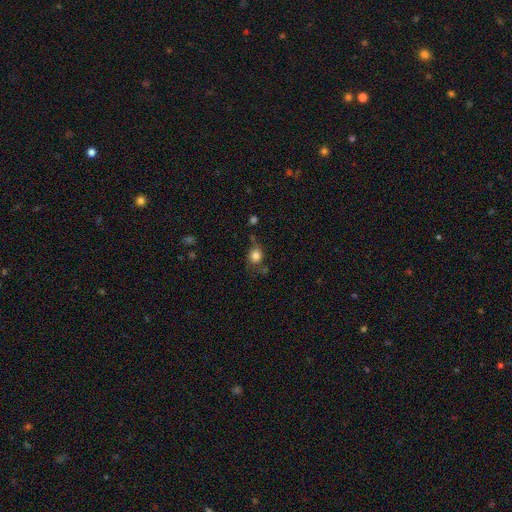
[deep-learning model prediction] A smooth galaxy with no disk features (81%) that is round (79%).

Vote fractions:
- Smooth or featured? smooth: 81% / star or artifact: 11% / featured or disk: 8%
- How rounded? round: 79% / in between: 20% / cigar-shaped: 1%
- Merging? none: 62% / minor disturbance: 23% / major disturbance: 8% / merger: 7%